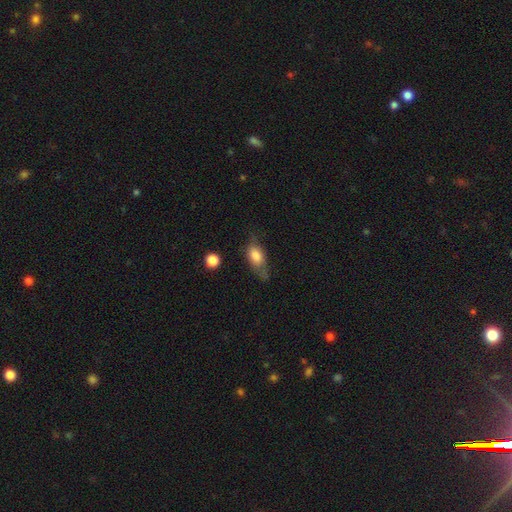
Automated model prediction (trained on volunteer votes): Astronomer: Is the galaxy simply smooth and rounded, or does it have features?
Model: smooth — 74%.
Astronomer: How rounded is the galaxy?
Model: in between — 82%.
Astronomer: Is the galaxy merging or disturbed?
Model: none — 43% (runner-up: minor disturbance, 34%).